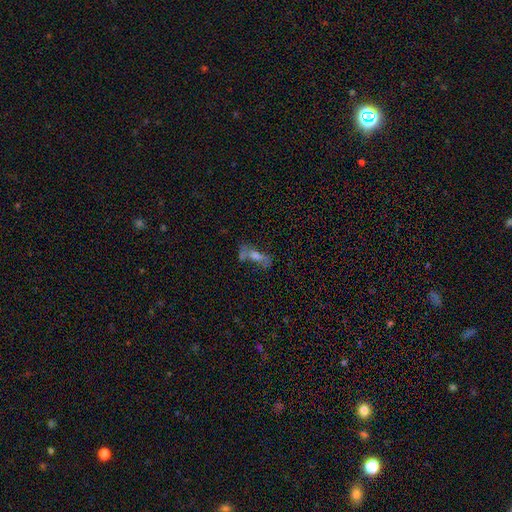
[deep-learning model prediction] Smooth or featured? Predicted: featured or disk (p=0.45). Merging? Predicted: none (p=0.39).